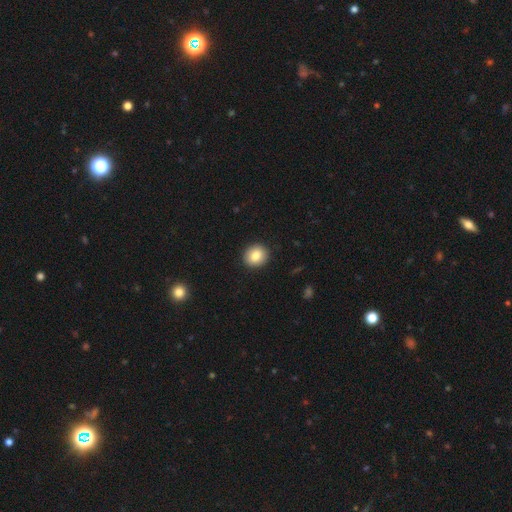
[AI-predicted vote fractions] A smooth galaxy with no disk features (84%) that is round (79%). Merging: none (92%).